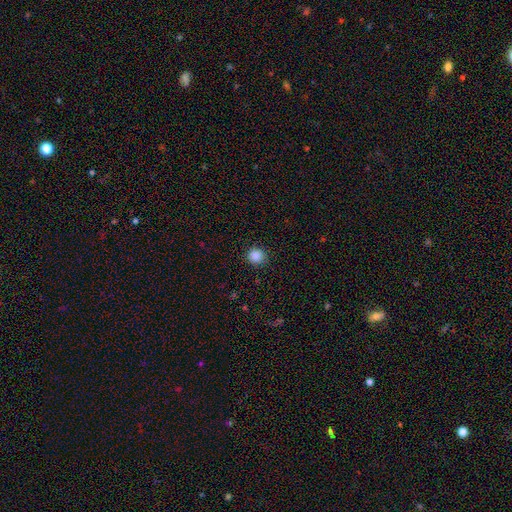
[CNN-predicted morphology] smooth-or-featured: smooth: 87% | star or artifact: 11% | featured or disk: 3%
  how-rounded: round: 92% | in between: 7% | cigar-shaped: 1%
  merging: none: 91% | minor disturbance: 6% | major disturbance: 2% | merger: 1%